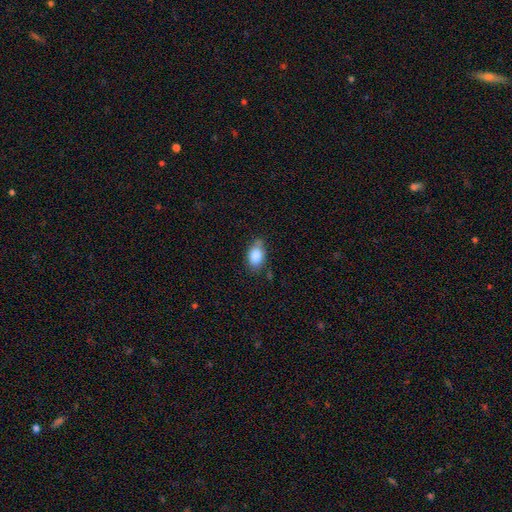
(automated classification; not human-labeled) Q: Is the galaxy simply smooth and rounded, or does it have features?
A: smooth — 86%.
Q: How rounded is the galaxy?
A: in between — 86%.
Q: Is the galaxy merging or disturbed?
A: none — 66%.